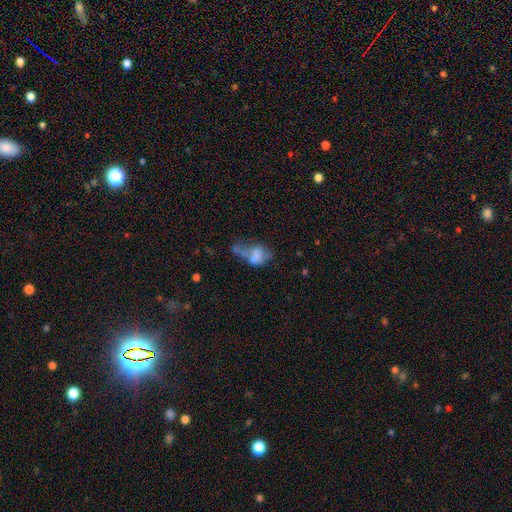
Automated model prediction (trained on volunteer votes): Overall: smooth (54%; featured or disk 33%). How rounded: in between (78%). Merging: major disturbance (33%; merger 32%).